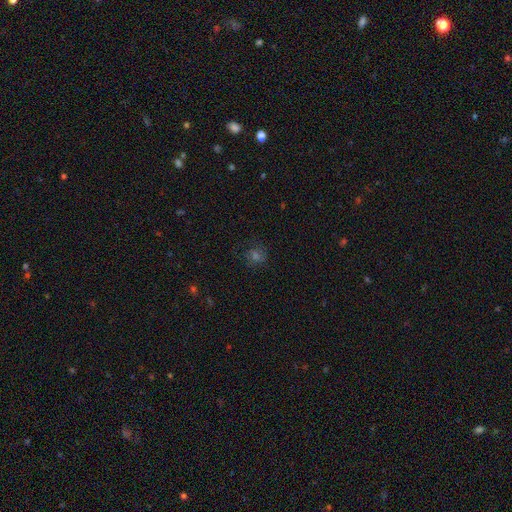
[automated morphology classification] smooth_or_featured: smooth (p=0.42) [alt: star or artifact p=0.31]
merging: none (p=0.75) [alt: minor disturbance p=0.15]